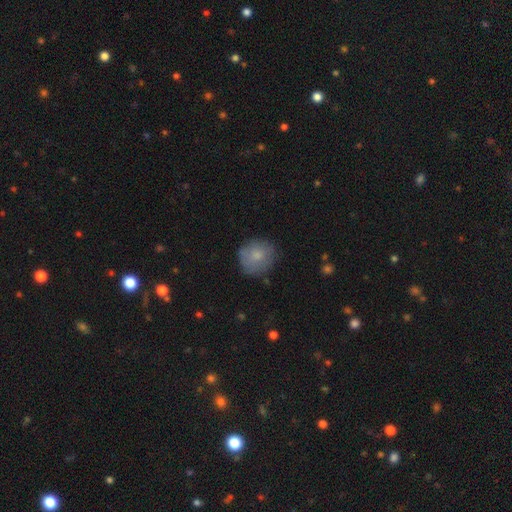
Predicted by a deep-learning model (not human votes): Smooth or featured: smooth — 77% (featured or disk — 16%)
How rounded: round — 86% (in between — 13%)
Merging: none — 73% (minor disturbance — 19%)